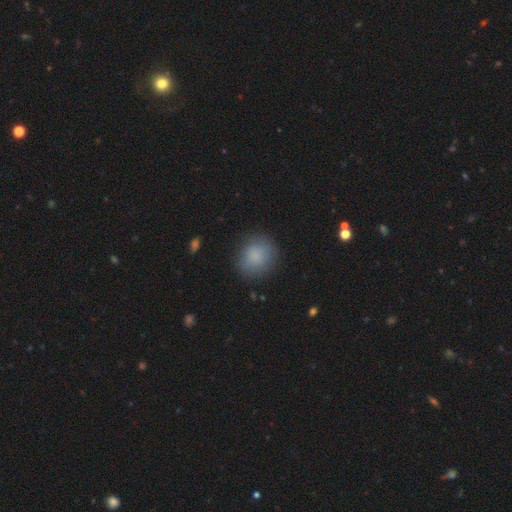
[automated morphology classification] Smooth or featured?
  - smooth: 84% *
  - star or artifact: 9%
  - featured or disk: 7%
How rounded?
  - round: 77% *
  - in between: 22%
  - cigar-shaped: 1%
Merging?
  - none: 82% *
  - minor disturbance: 12%
  - major disturbance: 4%
  - merger: 1%